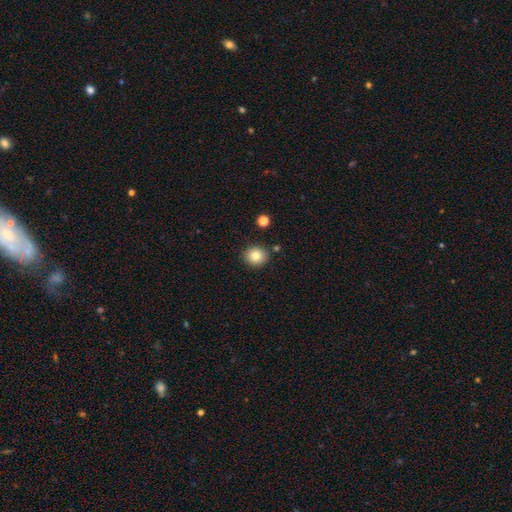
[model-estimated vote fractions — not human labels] A smooth galaxy with no disk features (82%) that is round (84%).

Vote fractions:
- Smooth or featured? smooth: 82% / star or artifact: 10% / featured or disk: 7%
- How rounded? round: 84% / in between: 15% / cigar-shaped: 1%
- Merging? none: 87% / minor disturbance: 7% / merger: 3% / major disturbance: 2%